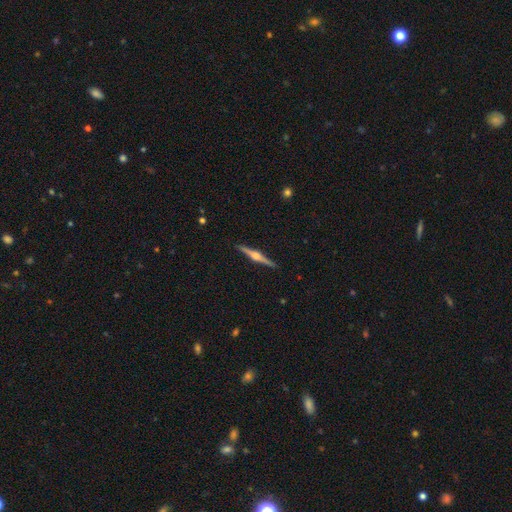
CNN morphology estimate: This appears to be a featured or disk galaxy (83%) viewed edge-on (99%) with a rounded central bulge (93%). Merging: none (92%).